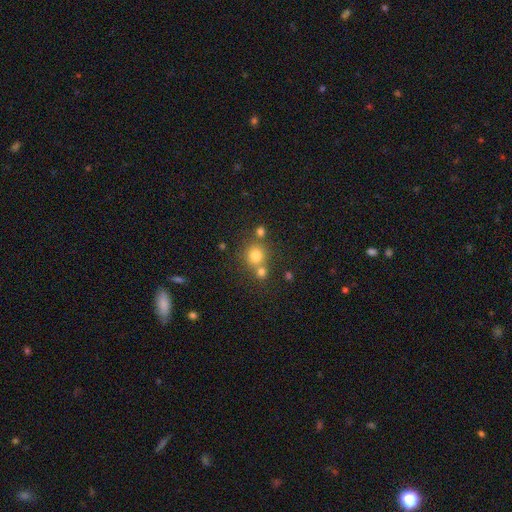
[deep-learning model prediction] The model was most divided on "merging": none: 59%, merger: 29%, minor disturbance: 8%, major disturbance: 3%. More confident: how rounded — round (88%); smooth or featured — smooth (76%).